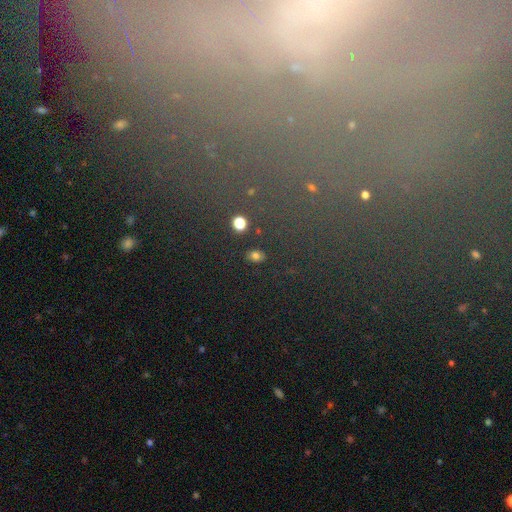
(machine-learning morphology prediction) Smooth or featured: smooth — 74% (star or artifact — 18%)
How rounded: in between — 73% (round — 25%)
Merging: none — 86% (minor disturbance — 8%)